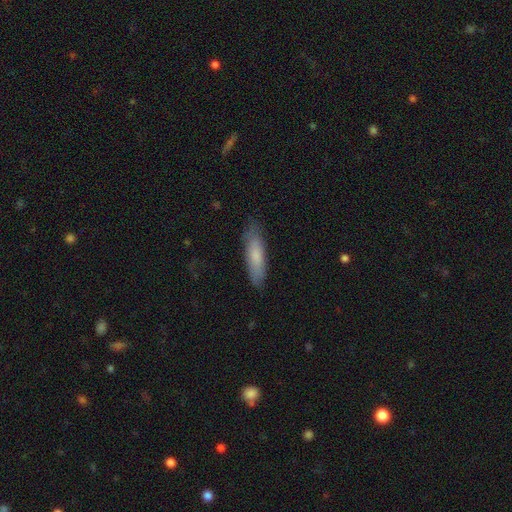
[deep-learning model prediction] This appears to be a smooth galaxy with no disk features (74%) that is cigar-shaped (68%). Merging: none (81%).